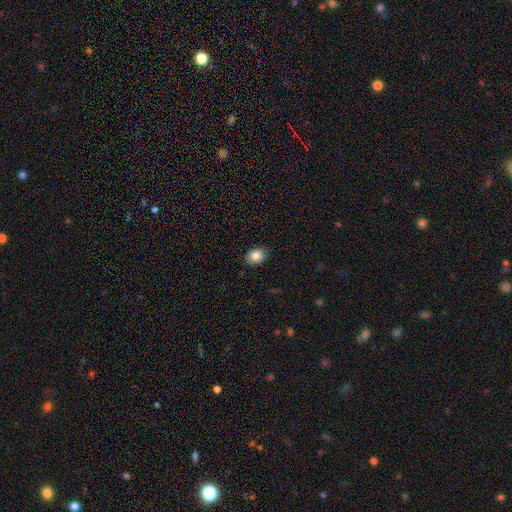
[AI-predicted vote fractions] Morphology: type=smooth (85%); roundness=in between (57%); merging=none (87%).